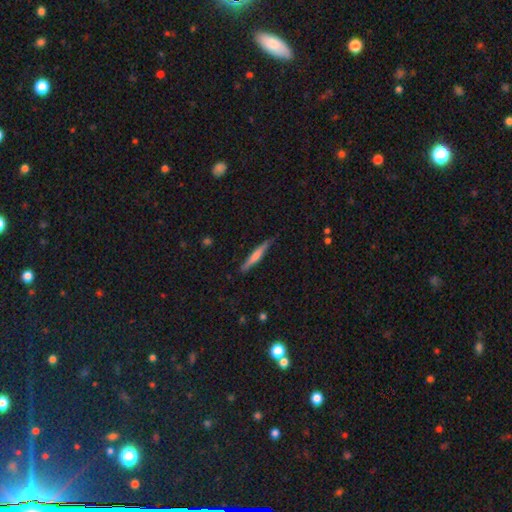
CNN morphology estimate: Smooth or featured: featured or disk — 52% (smooth — 42%)
Edge-on disk: yes — 97% (no — 3%)
Edge-on bulge: rounded — 59% (none — 30%)
Merging: none — 87% (minor disturbance — 10%)